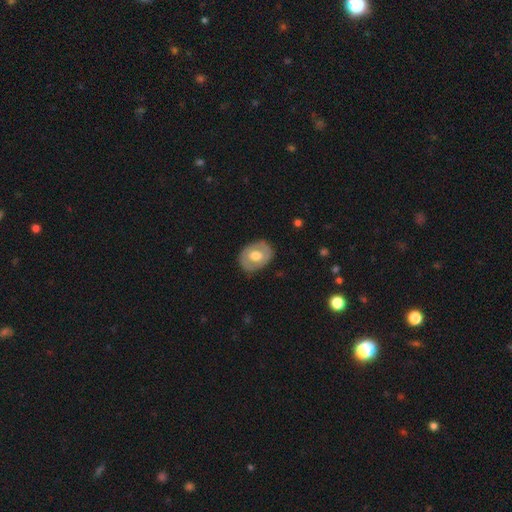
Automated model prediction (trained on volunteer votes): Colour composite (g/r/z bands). It shows a smooth galaxy with no disk features (52%) that is in between round and cigar-shaped (65%). Merging: none (81%).